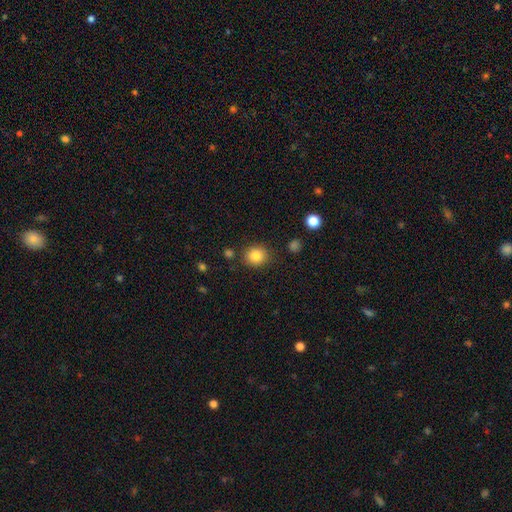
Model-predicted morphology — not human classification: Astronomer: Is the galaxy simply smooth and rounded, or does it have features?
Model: smooth — 84%.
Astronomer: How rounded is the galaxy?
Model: round — 82%.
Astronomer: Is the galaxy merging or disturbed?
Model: none — 85%.